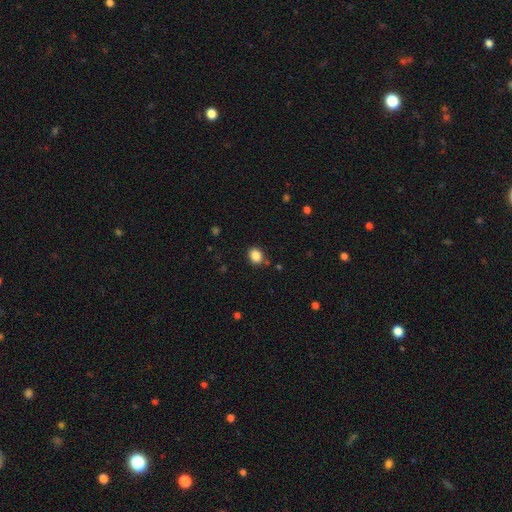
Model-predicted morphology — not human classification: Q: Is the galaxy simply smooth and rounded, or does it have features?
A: smooth — 86%.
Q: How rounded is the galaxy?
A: round — 52%.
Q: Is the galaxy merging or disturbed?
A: none — 84%.